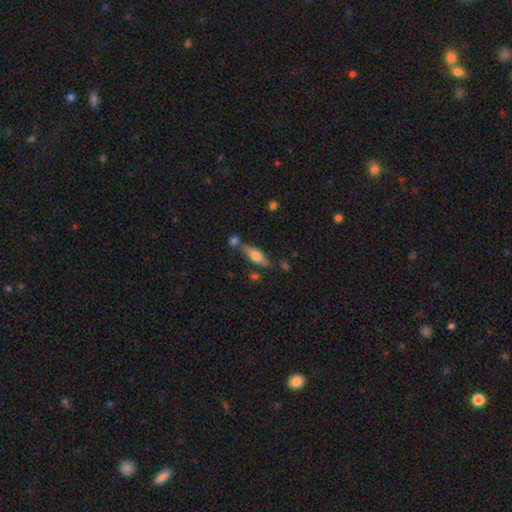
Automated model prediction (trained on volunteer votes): Smooth or featured?
  - smooth: 54% *
  - featured or disk: 40%
  - star or artifact: 7%
How rounded?
  - cigar-shaped: 49% *
  - in between: 48%
  - round: 3%
Merging?
  - none: 68% *
  - minor disturbance: 14%
  - merger: 14%
  - major disturbance: 4%